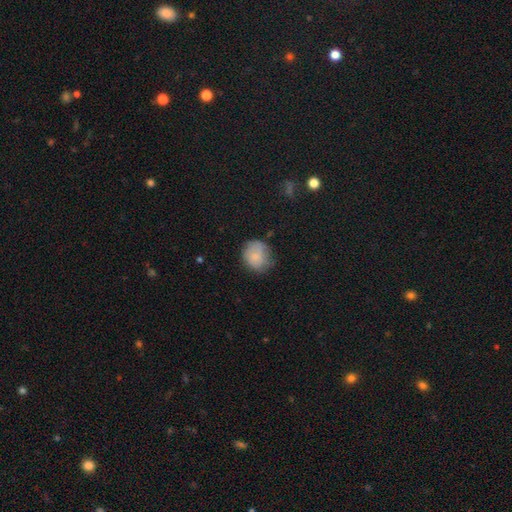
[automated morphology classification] A smooth galaxy with no disk features (78%) that is round (72%).

Vote fractions:
- Smooth or featured? smooth: 78% / featured or disk: 14% / star or artifact: 8%
- How rounded? round: 72% / in between: 27% / cigar-shaped: 1%
- Merging? none: 57% / minor disturbance: 30% / major disturbance: 10% / merger: 2%